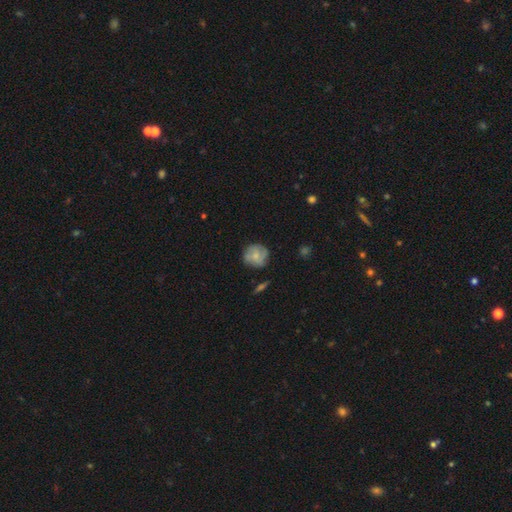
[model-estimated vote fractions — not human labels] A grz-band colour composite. It shows a smooth galaxy with no disk features (60%) that is round (86%). Merging: none (69%).